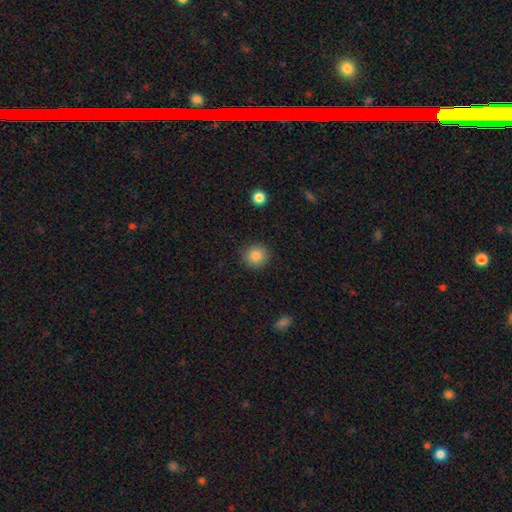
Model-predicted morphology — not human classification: Smooth or featured?
  - smooth: 85% *
  - star or artifact: 10%
  - featured or disk: 5%
How rounded?
  - round: 92% *
  - in between: 7%
  - cigar-shaped: 1%
Merging?
  - none: 90% *
  - minor disturbance: 7%
  - major disturbance: 2%
  - merger: 1%